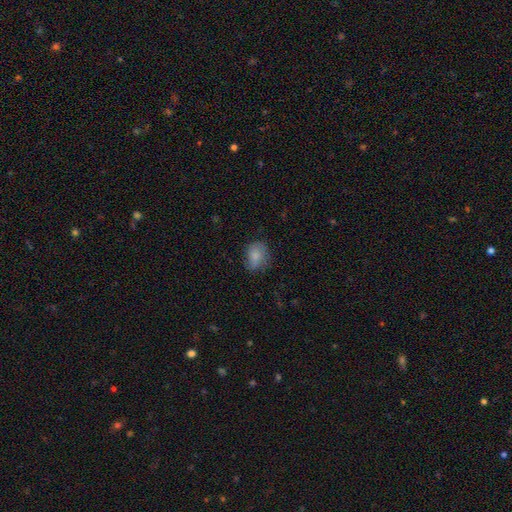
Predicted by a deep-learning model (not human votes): The model was most divided on "how rounded": in between: 62%, round: 37%, cigar-shaped: 1%. More confident: smooth or featured — smooth (77%); merging — none (61%).